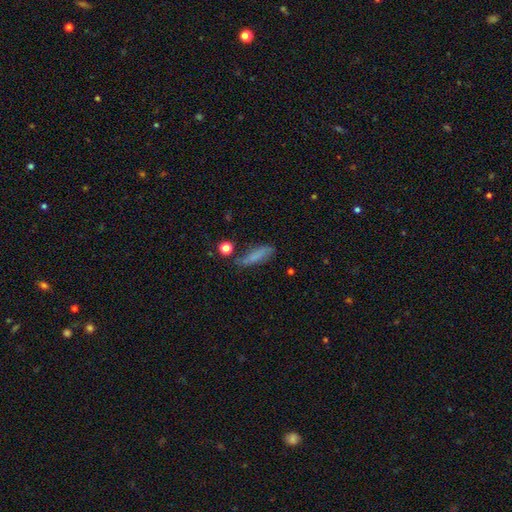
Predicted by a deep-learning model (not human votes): Smooth or featured? Predicted: smooth (p=0.70). How rounded? Predicted: cigar-shaped (p=0.61). Merging? Predicted: none (p=0.62).